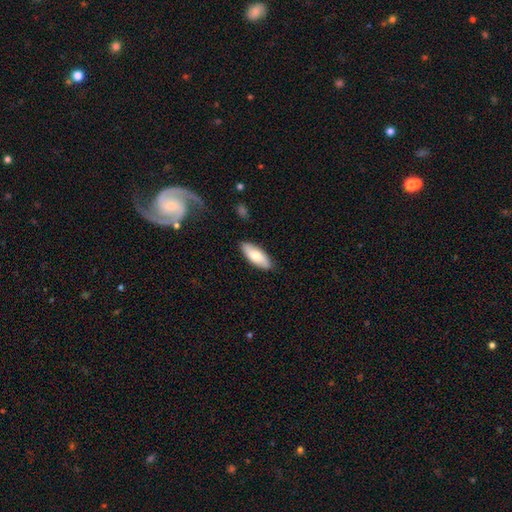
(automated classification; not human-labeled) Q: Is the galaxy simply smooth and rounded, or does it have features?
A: smooth — 72%.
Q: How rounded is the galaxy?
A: in between — 74%.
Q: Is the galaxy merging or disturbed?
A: none — 87%.